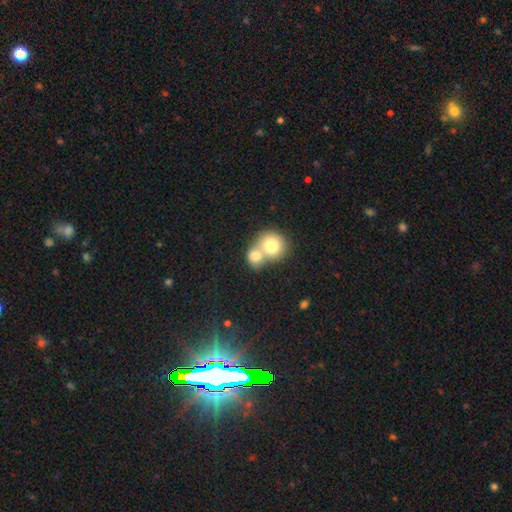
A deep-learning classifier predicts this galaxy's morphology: Smooth or featured?
  - smooth: 76% *
  - featured or disk: 16%
  - star or artifact: 8%
How rounded?
  - round: 77% *
  - in between: 22%
  - cigar-shaped: 1%
Merging?
  - merger: 69% *
  - none: 23%
  - minor disturbance: 5%
  - major disturbance: 2%